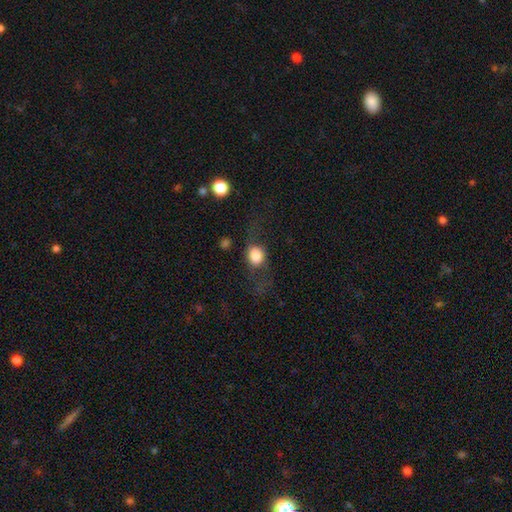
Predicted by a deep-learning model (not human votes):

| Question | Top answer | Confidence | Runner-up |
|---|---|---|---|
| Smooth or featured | smooth | 73% | featured or disk (18%) |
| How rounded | round | 62% | in between (36%) |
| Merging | none | 52% | major disturbance (25%) |